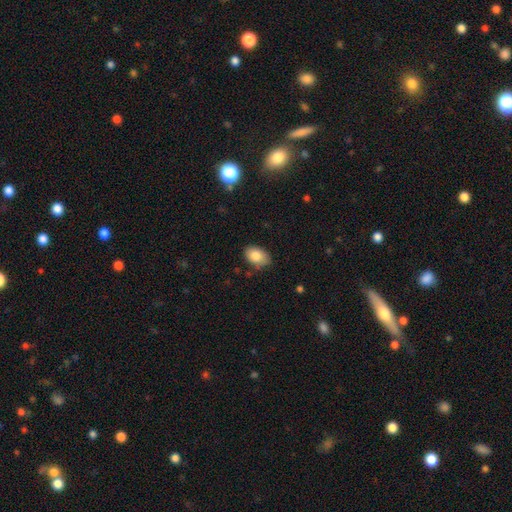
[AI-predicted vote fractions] Smooth or featured? Predicted: smooth (p=0.83). How rounded? Predicted: in between (p=0.84). Merging? Predicted: none (p=0.78).